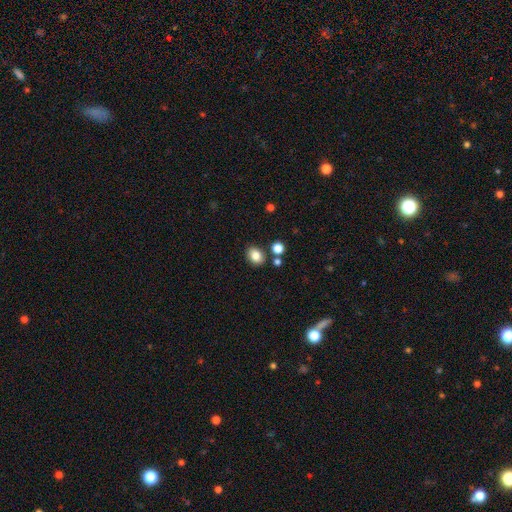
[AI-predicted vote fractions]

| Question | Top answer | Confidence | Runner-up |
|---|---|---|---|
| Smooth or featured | smooth | 83% | star or artifact (10%) |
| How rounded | in between | 56% | round (43%) |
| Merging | none | 80% | minor disturbance (10%) |